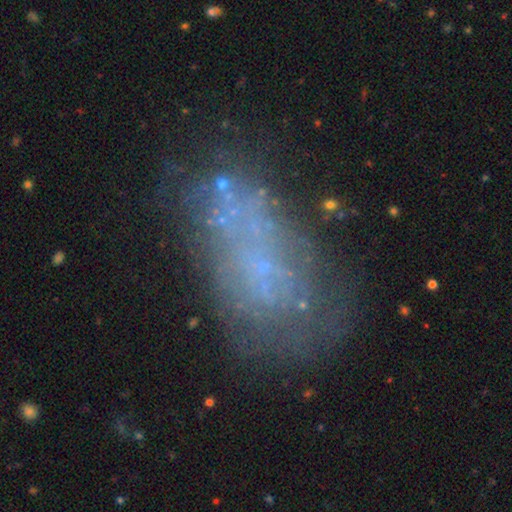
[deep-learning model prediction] The model was most divided on "smooth or featured": featured or disk: 43%, smooth: 34%, star or artifact: 23%. More confident: merging — none (50%).